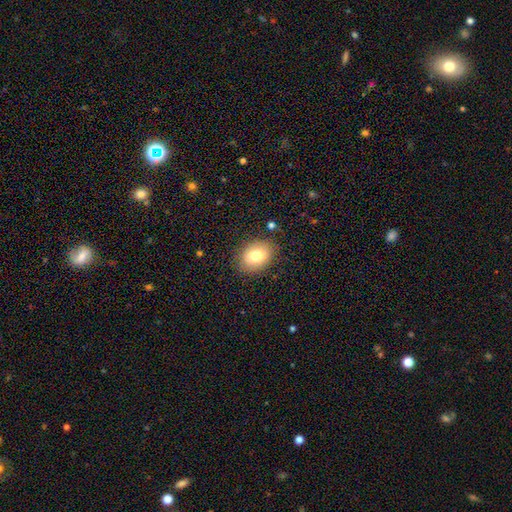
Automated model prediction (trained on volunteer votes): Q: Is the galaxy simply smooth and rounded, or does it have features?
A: smooth — 78%.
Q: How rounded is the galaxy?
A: in between — 64%.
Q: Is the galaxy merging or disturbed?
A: none — 84%.